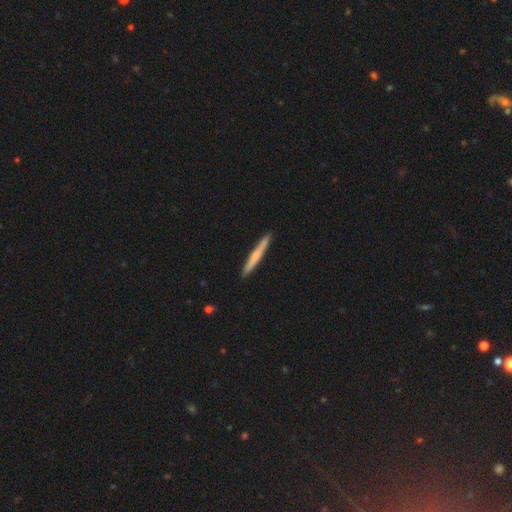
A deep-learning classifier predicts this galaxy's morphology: This appears to be a smooth galaxy with no disk features (59%) that is cigar-shaped (97%). Merging: none (92%).